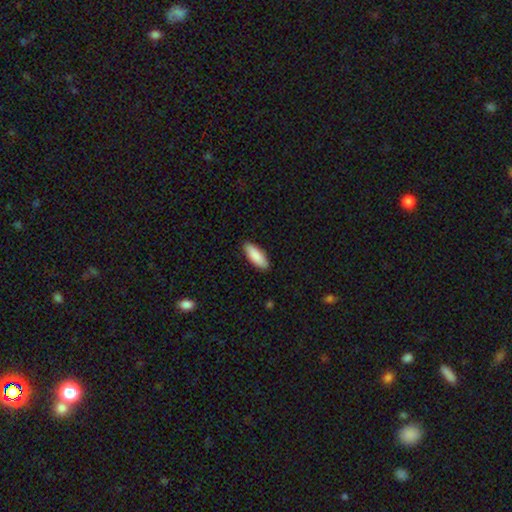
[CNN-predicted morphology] Smooth or featured?
  - smooth: 89% *
  - featured or disk: 6%
  - star or artifact: 5%
How rounded?
  - in between: 68% *
  - cigar-shaped: 31%
  - round: 2%
Merging?
  - none: 89% *
  - minor disturbance: 8%
  - major disturbance: 2%
  - merger: 1%